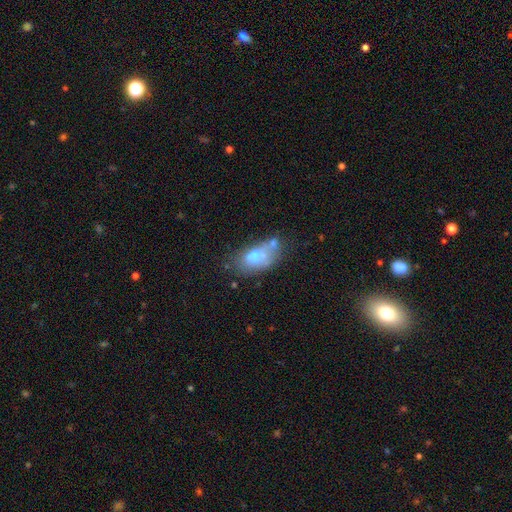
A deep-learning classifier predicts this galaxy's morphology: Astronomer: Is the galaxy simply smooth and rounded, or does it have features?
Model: smooth — 57% (runner-up: featured or disk, 33%).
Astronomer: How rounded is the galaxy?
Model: in between — 88%.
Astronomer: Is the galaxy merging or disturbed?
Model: none — 35% (runner-up: merger, 29%).